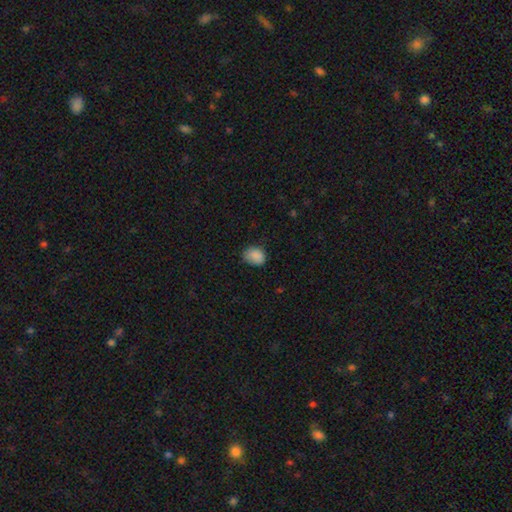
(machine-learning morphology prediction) smooth_or_featured: smooth (p=0.87) [alt: star or artifact p=0.09]
how_rounded: in between (p=0.52) [alt: round p=0.47]
merging: none (p=0.68) [alt: minor disturbance p=0.26]